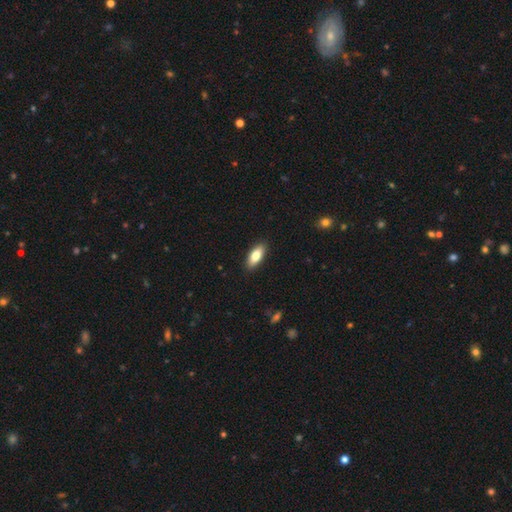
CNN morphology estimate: Smooth or featured? Predicted: smooth (p=0.82). How rounded? Predicted: in between (p=0.81). Merging? Predicted: none (p=0.89).